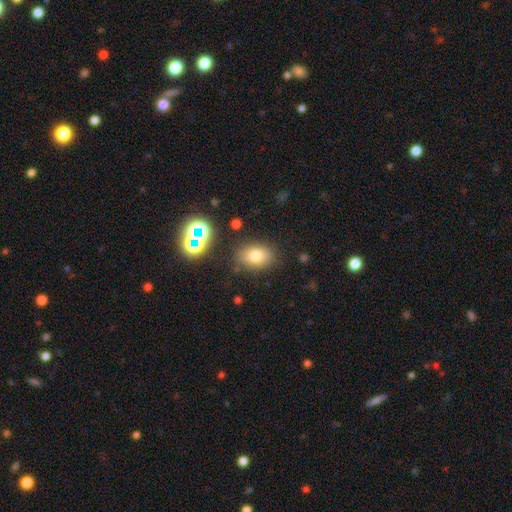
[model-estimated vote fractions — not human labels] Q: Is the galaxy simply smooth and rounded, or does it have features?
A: smooth — 74%.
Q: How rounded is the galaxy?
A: in between — 78%.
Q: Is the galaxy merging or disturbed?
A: none — 81%.